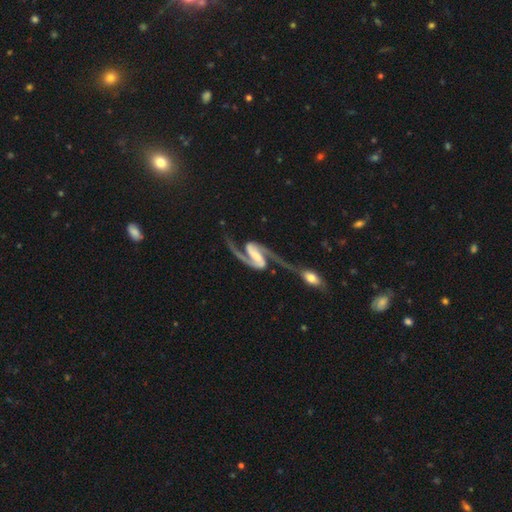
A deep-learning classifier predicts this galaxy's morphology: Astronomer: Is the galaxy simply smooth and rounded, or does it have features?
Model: featured or disk — 93%.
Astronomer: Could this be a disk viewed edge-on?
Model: no — 97%.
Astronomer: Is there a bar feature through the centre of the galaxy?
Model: strong — 61%.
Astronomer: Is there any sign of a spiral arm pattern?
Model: yes — 98%.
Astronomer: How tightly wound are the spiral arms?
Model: medium — 45% (runner-up: loose, 43%).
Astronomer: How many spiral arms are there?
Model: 2 — 94%.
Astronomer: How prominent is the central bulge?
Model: none — 34% (runner-up: small, 25%).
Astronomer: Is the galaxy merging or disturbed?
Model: none — 45% (runner-up: merger, 25%).